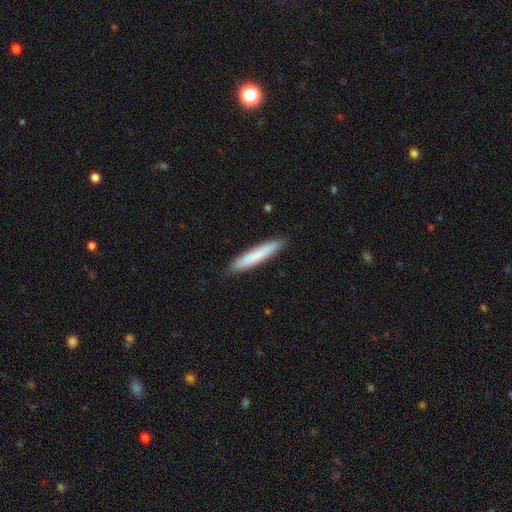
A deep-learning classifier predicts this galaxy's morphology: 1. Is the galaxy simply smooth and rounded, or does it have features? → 79% smooth, 16% featured or disk, 6% star or artifact.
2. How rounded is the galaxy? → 92% cigar-shaped, 7% in between, 1% round.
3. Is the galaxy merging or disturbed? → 89% none, 9% minor disturbance, 2% major disturbance, 1% merger.